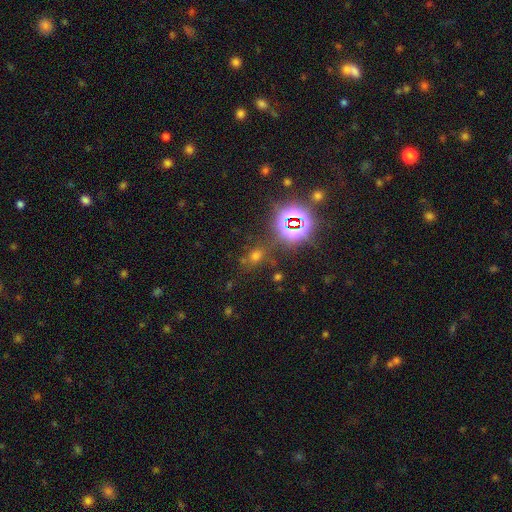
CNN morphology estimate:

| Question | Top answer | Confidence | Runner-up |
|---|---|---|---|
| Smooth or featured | star or artifact | 54% | smooth (37%) |